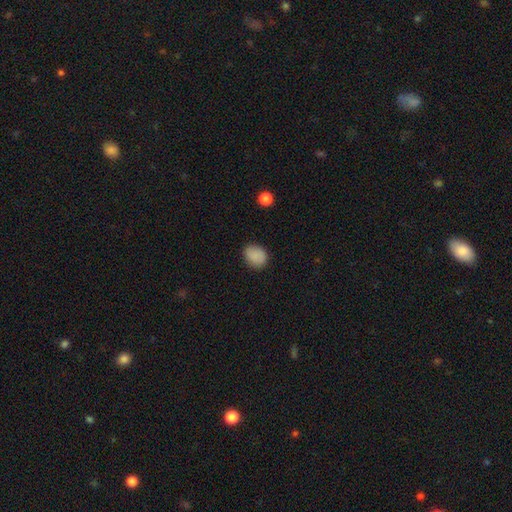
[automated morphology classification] A smooth galaxy with no disk features (87%) that is in between round and cigar-shaped (53%).

Vote fractions:
- Smooth or featured? smooth: 87% / star or artifact: 8% / featured or disk: 4%
- How rounded? in between: 53% / round: 46% / cigar-shaped: 1%
- Merging? none: 84% / minor disturbance: 12% / major disturbance: 3% / merger: 1%